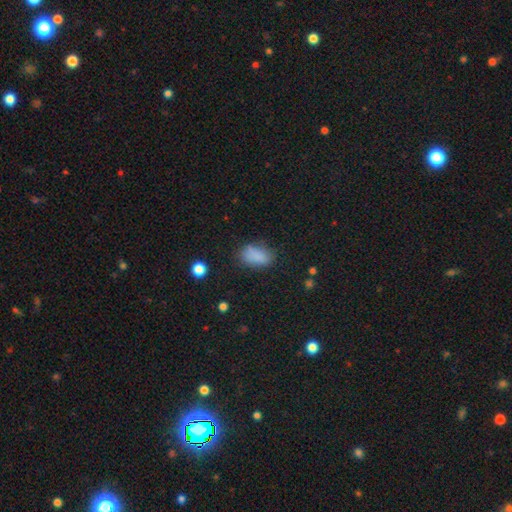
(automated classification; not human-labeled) This is clearly a smooth galaxy (84%). How rounded: clearly in between (91%). Merging: likely none (70%).